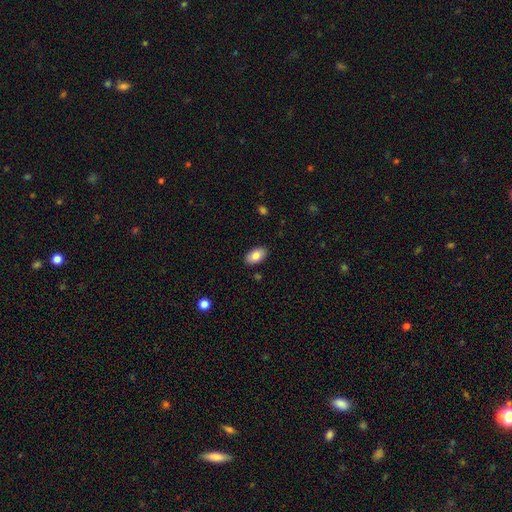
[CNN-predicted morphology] Overall: smooth (82%). How rounded: in between (94%). Merging: none (88%).